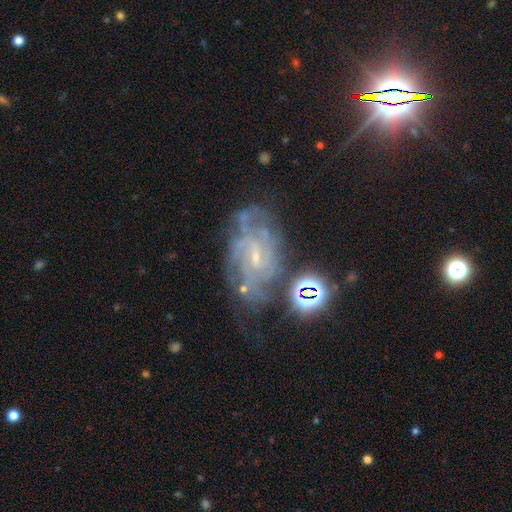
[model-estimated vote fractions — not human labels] Q: Smooth or featured?
A: featured or disk (81%); runner-up: star or artifact (11%)
Q: Edge-on disk?
A: no (97%); runner-up: yes (3%)
Q: Bar?
A: weak (54%); runner-up: no (31%)
Q: Spiral arms?
A: yes (93%); runner-up: no (7%)
Q: Spiral winding?
A: tight (51%); runner-up: medium (39%)
Q: Spiral arm count?
A: can't tell (37%); runner-up: 2 (23%)
Q: Bulge size?
A: small (73%); runner-up: moderate (17%)
Q: Merging?
A: none (56%); runner-up: minor disturbance (23%)